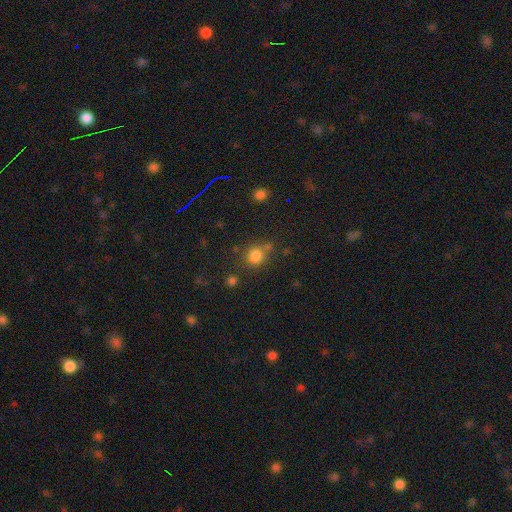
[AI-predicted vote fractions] Overall: smooth (80%). How rounded: round (84%). Merging: none (68%).